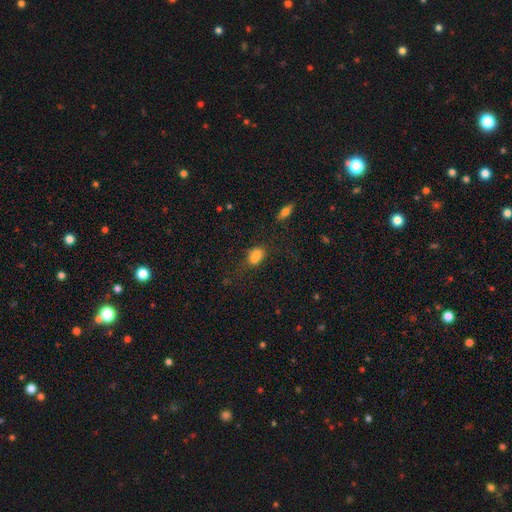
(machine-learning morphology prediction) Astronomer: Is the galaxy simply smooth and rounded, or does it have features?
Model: smooth — 79%.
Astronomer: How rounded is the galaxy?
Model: in between — 77%.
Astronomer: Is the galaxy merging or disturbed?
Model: none — 54%.